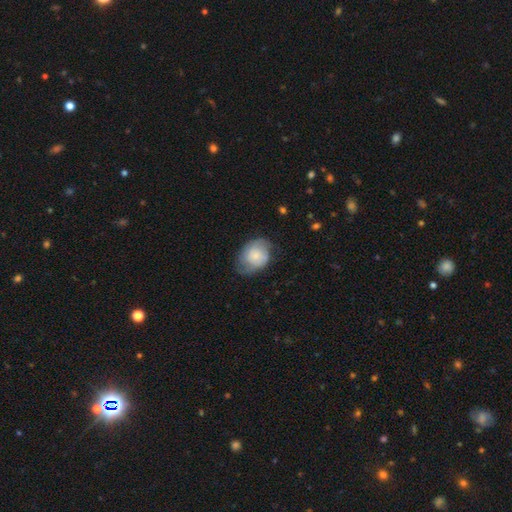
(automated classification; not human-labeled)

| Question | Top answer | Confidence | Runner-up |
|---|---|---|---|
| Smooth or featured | smooth | 56% | featured or disk (37%) |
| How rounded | in between | 57% | round (42%) |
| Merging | none | 54% | minor disturbance (32%) |